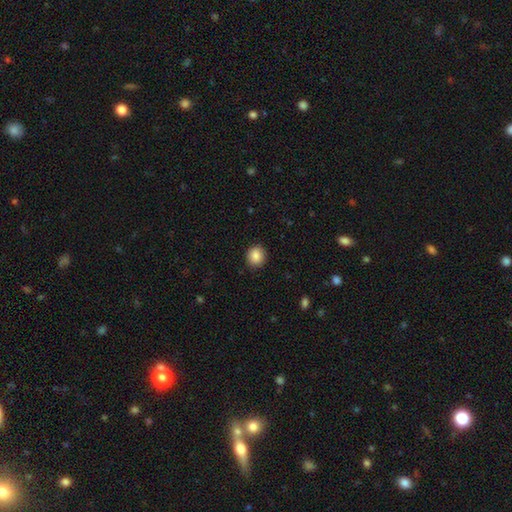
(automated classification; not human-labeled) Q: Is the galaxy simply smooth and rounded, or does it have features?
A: smooth — 87%.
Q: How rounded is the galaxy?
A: round — 84%.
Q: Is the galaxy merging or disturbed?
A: none — 91%.